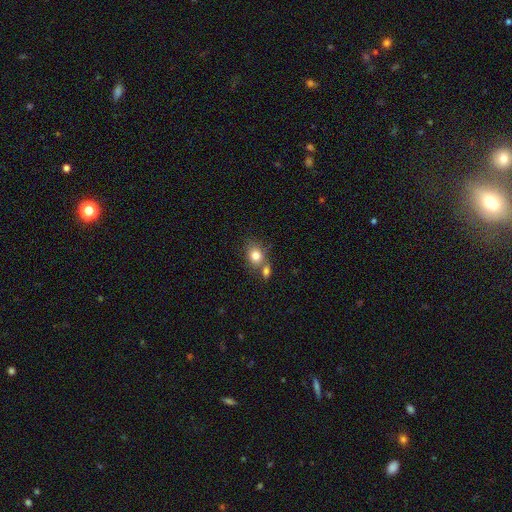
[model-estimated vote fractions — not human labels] Morphology: type=smooth (80%); roundness=round (53%); merging=none (49%).